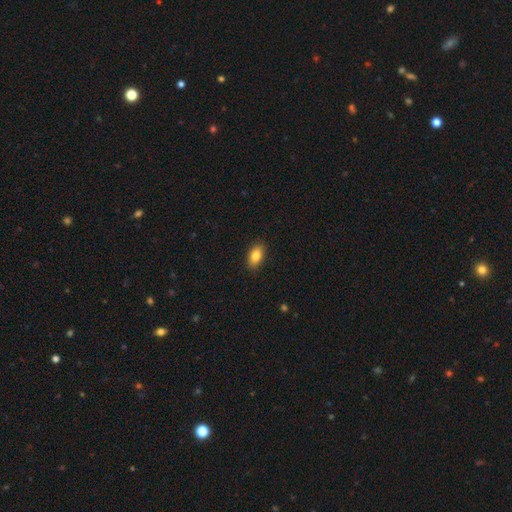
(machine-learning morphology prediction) This is clearly a smooth galaxy (84%). How rounded: clearly in between (90%). Merging: clearly none (88%).